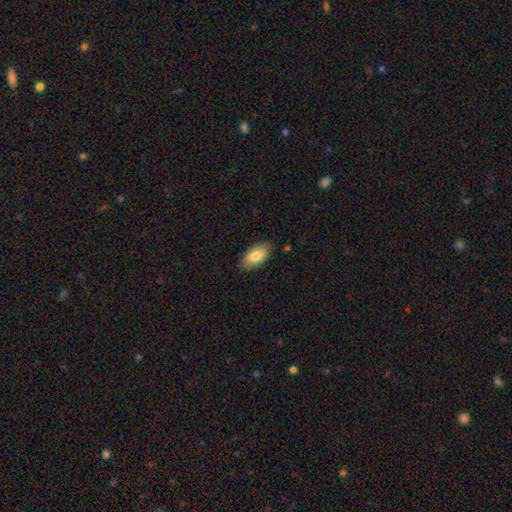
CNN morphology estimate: A smooth galaxy with no disk features (82%) that is in between round and cigar-shaped (93%).

Vote fractions:
- Smooth or featured? smooth: 82% / featured or disk: 12% / star or artifact: 6%
- How rounded? in between: 93% / cigar-shaped: 4% / round: 3%
- Merging? none: 85% / minor disturbance: 11% / major disturbance: 2% / merger: 1%